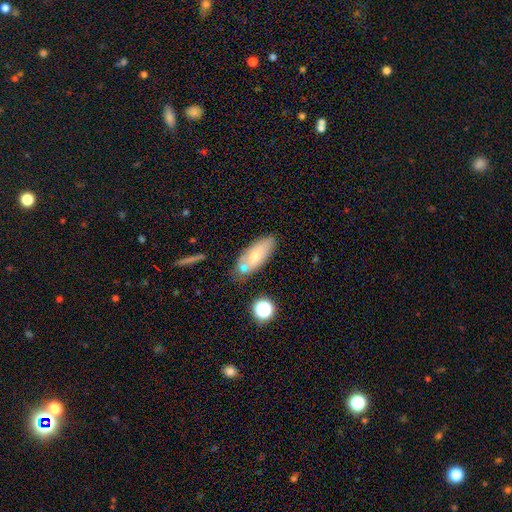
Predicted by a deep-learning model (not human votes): Smooth or featured: smooth — 68% (featured or disk — 24%)
How rounded: in between — 75% (cigar-shaped — 22%)
Merging: none — 60% (minor disturbance — 18%)